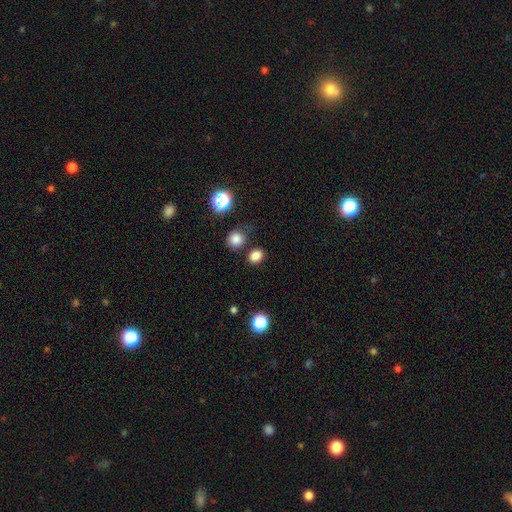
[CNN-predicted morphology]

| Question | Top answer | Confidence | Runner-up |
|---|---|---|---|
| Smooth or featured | smooth | 83% | star or artifact (13%) |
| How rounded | round | 52% | in between (47%) |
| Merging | none | 79% | minor disturbance (10%) |